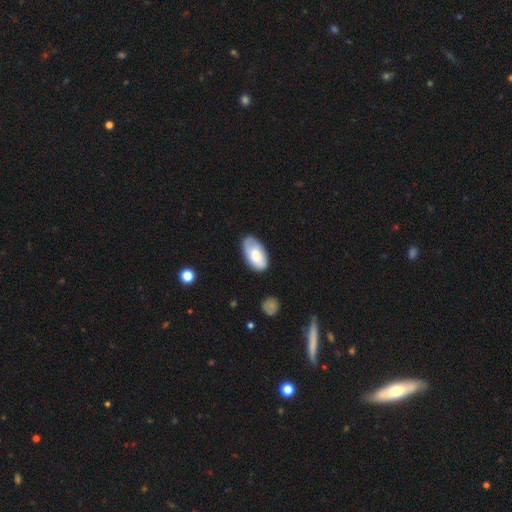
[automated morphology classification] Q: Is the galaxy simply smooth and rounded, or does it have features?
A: smooth — 73%.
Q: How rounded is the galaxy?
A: in between — 95%.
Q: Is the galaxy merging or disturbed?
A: none — 73%.